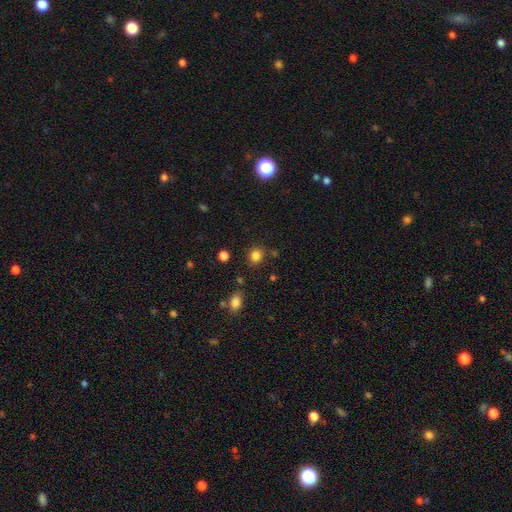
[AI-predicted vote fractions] smooth_or_featured: smooth (p=0.83) [alt: star or artifact p=0.13]
how_rounded: round (p=0.77) [alt: in between p=0.22]
merging: none (p=0.82) [alt: minor disturbance p=0.10]